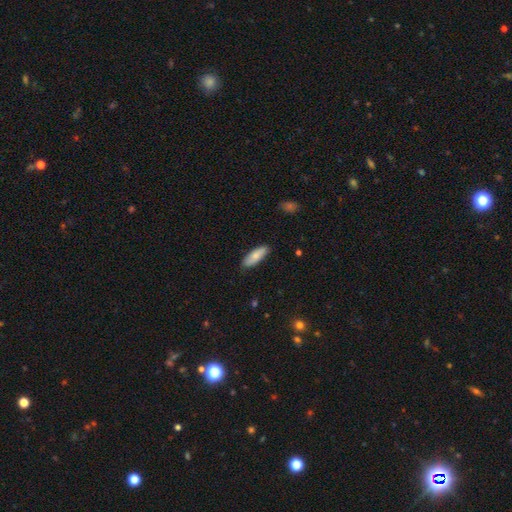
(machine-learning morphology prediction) This is likely a smooth galaxy (78%). How rounded: likely in between (61%). Merging: clearly none (87%).